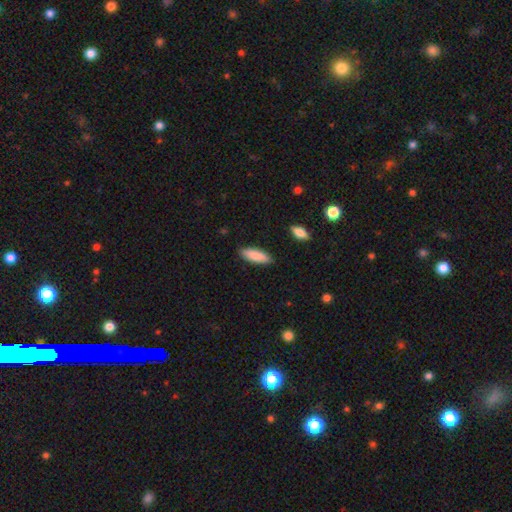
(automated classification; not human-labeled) Smooth or featured? Predicted: smooth (p=0.88). How rounded? Predicted: in between (p=0.61). Merging? Predicted: none (p=0.87).